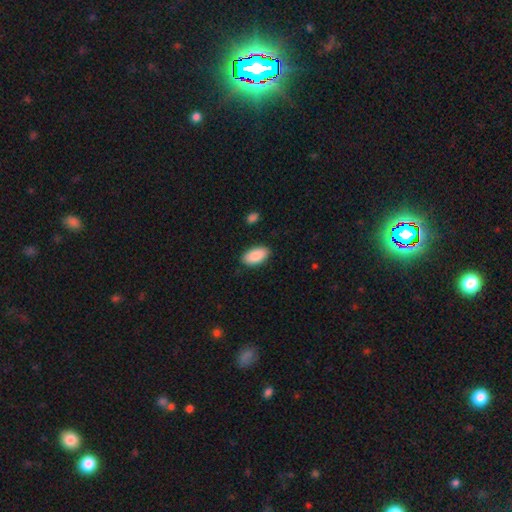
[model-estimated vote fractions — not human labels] smooth 90%, star or artifact 6%, featured or disk 4%. Down the decision tree: how rounded — in between (95%); merging — none (87%).